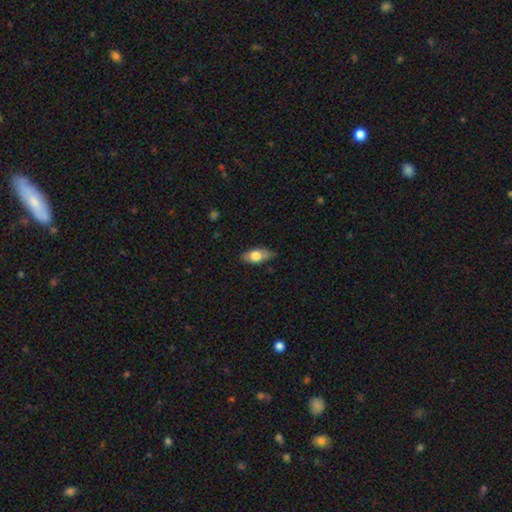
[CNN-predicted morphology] A smooth galaxy with no disk features (72%) that is in between round and cigar-shaped (88%).

Vote fractions:
- Smooth or featured? smooth: 72% / featured or disk: 21% / star or artifact: 7%
- How rounded? in between: 88% / cigar-shaped: 7% / round: 5%
- Merging? none: 76% / minor disturbance: 20% / major disturbance: 3% / merger: 1%